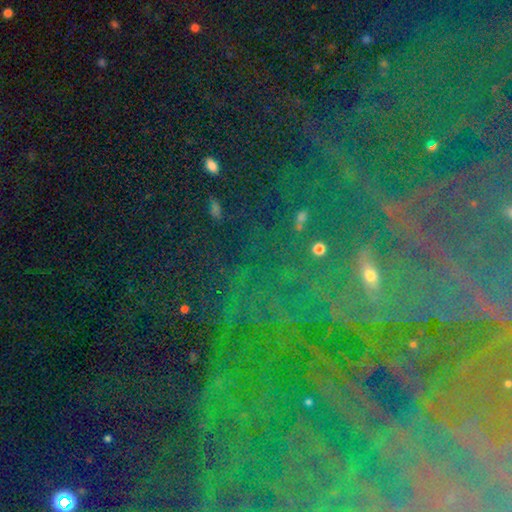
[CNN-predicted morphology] Overall: star or artifact (58%; featured or disk 28%).